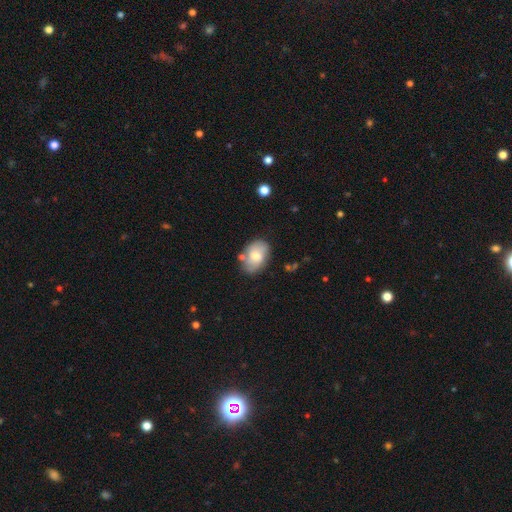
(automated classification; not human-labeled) Morphology: type=smooth (57%); roundness=in between (82%); merging=none (66%).